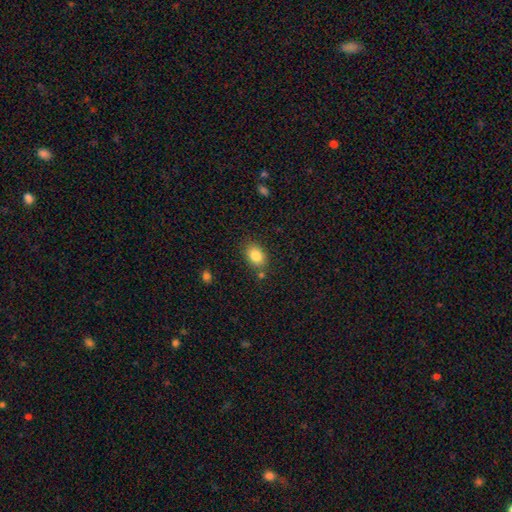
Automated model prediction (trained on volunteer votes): The model was most divided on "how rounded": in between: 77%, round: 22%, cigar-shaped: 1%. More confident: smooth or featured — smooth (85%); merging — none (76%).